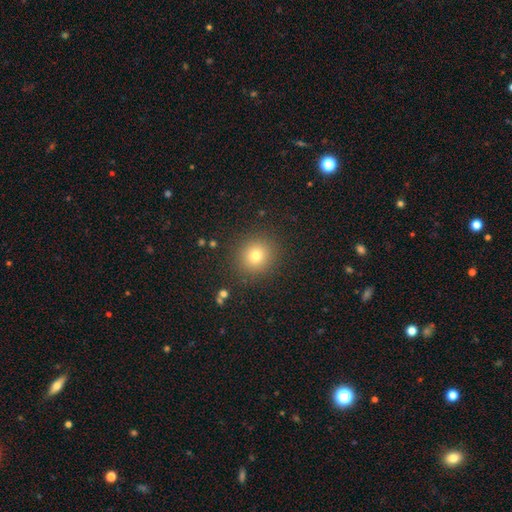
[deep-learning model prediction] The model was most divided on "smooth or featured": smooth: 76%, star or artifact: 16%, featured or disk: 8%. More confident: how rounded — round (91%); merging — none (90%).